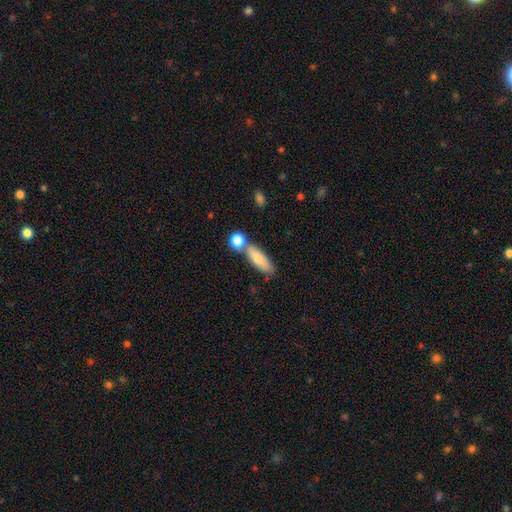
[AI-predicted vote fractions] Q: Smooth or featured?
A: smooth (73%); runner-up: featured or disk (18%)
Q: How rounded?
A: in between (49%); runner-up: cigar-shaped (47%)
Q: Merging?
A: none (63%); runner-up: merger (21%)